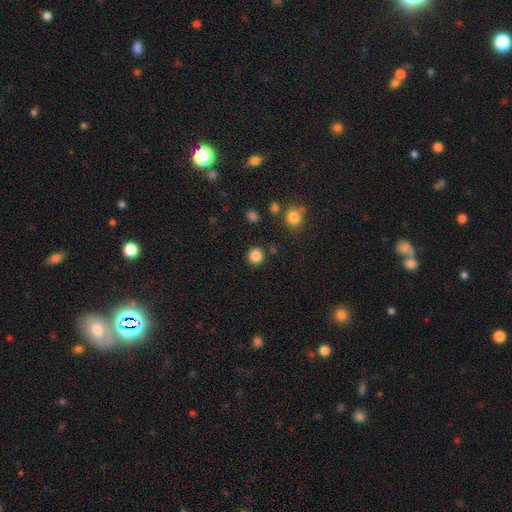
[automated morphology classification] smooth_or_featured: smooth (p=0.85) [alt: star or artifact p=0.11]
how_rounded: round (p=0.91) [alt: in between p=0.08]
merging: none (p=0.87) [alt: minor disturbance p=0.07]